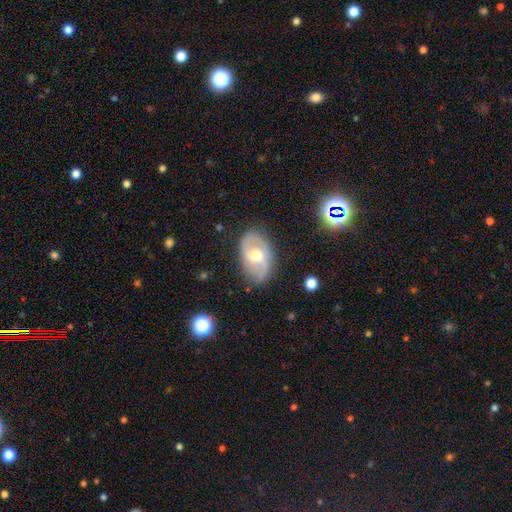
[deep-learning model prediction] The model was most divided on "bar": no: 45%, weak: 43%, strong: 12%. Remaining: edge-on disk — no (95%); spiral arm count — 2 (83%); spiral arms — yes (83%); merging — none (77%); smooth or featured — featured or disk (72%); bulge size — moderate (68%); spiral winding — medium (47%).